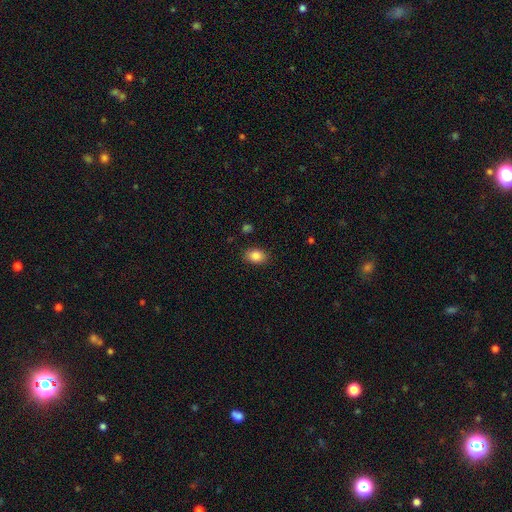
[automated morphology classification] Smooth or featured?
  - smooth: 86% *
  - star or artifact: 9%
  - featured or disk: 5%
How rounded?
  - in between: 79% *
  - round: 19%
  - cigar-shaped: 1%
Merging?
  - none: 86% *
  - minor disturbance: 10%
  - major disturbance: 3%
  - merger: 1%